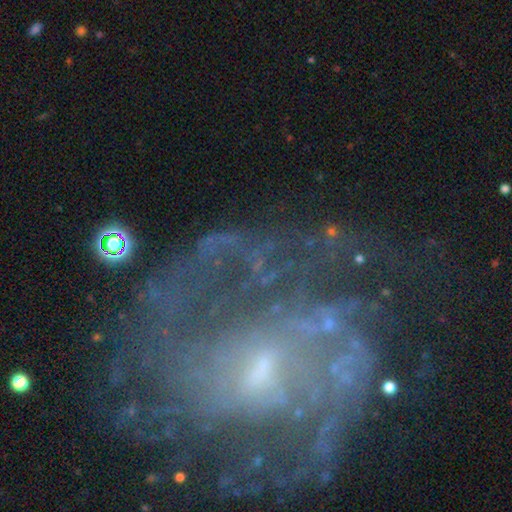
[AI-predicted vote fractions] A featured or disk galaxy (66%) with no bar (39%), spiral arms (79%) and a small central bulge (54%). Merging: none (60%).